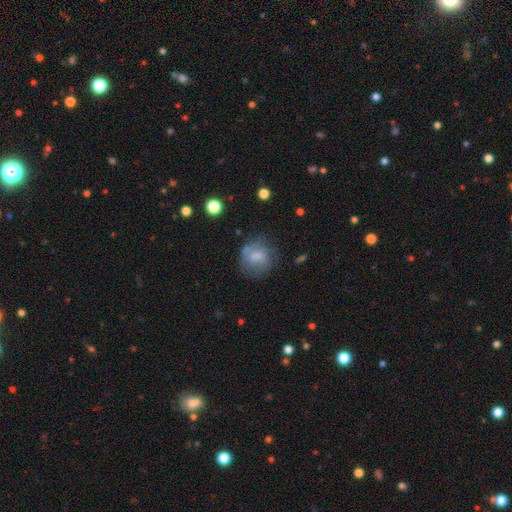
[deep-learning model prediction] A smooth galaxy with no disk features (63%) that is round (72%). Merging: none (56%).